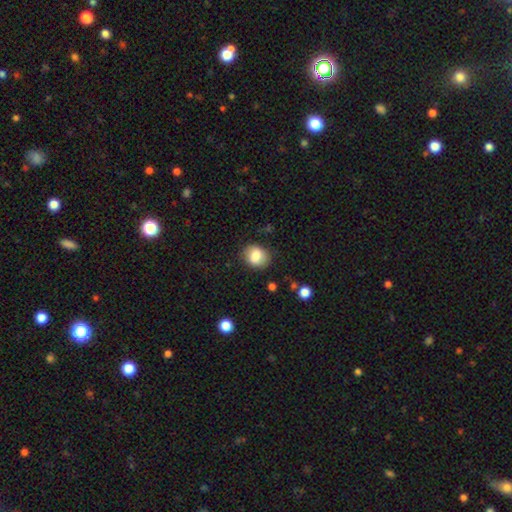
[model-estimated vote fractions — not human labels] Morphology: type=smooth (81%); roundness=round (55%); merging=none (80%).